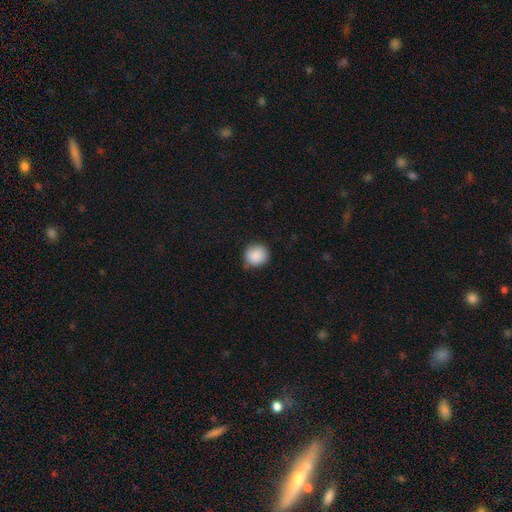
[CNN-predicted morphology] The model was most divided on "merging": none: 74%, minor disturbance: 21%, major disturbance: 3%, merger: 1%. More confident: smooth or featured — smooth (88%); how rounded — round (88%).